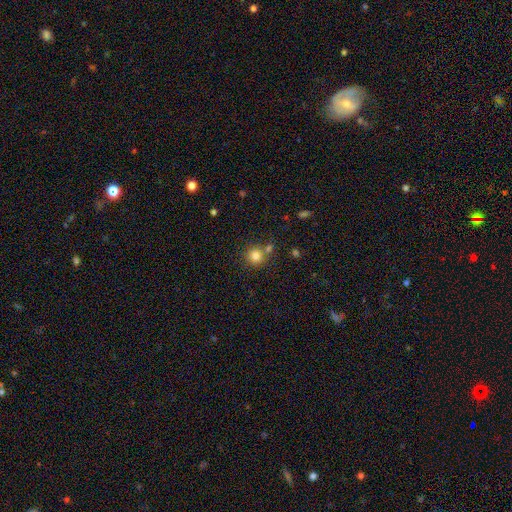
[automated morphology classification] This appears to be a smooth galaxy with no disk features (81%) that is round (92%). Merging: none (70%).